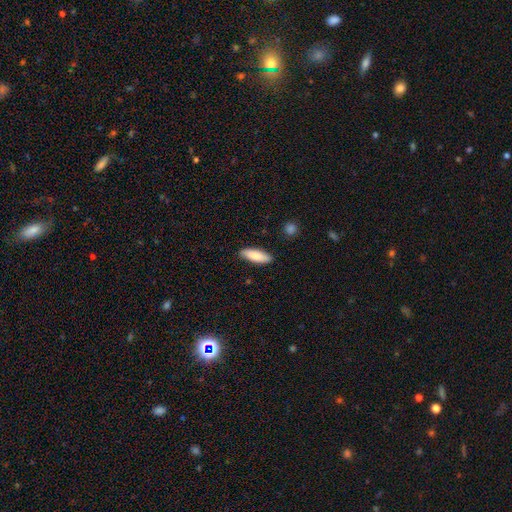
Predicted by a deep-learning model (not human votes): This appears to be a smooth galaxy with no disk features (84%) that is in between round and cigar-shaped (60%). Merging: none (87%).